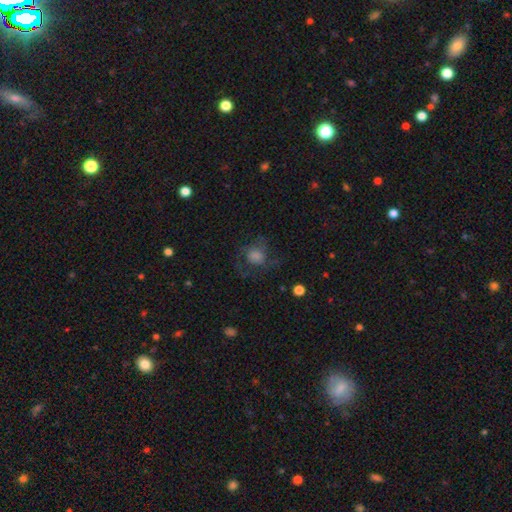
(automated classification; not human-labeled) smooth_or_featured: featured or disk (p=0.47) [alt: smooth p=0.36]
merging: none (p=0.60) [alt: major disturbance p=0.21]